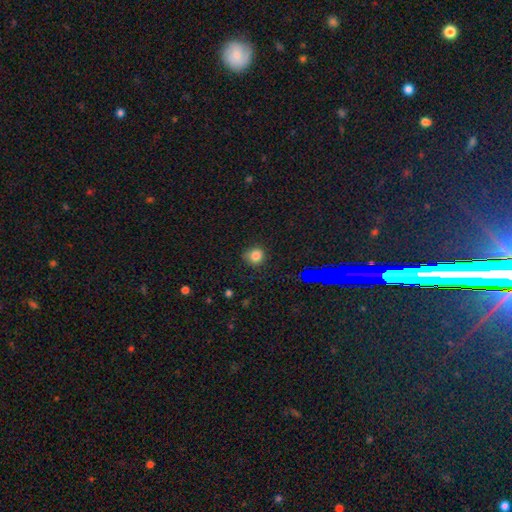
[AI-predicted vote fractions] The model was most divided on "merging": none: 78%, minor disturbance: 16%, major disturbance: 4%, merger: 1%. More confident: how rounded — round (86%); smooth or featured — smooth (80%).